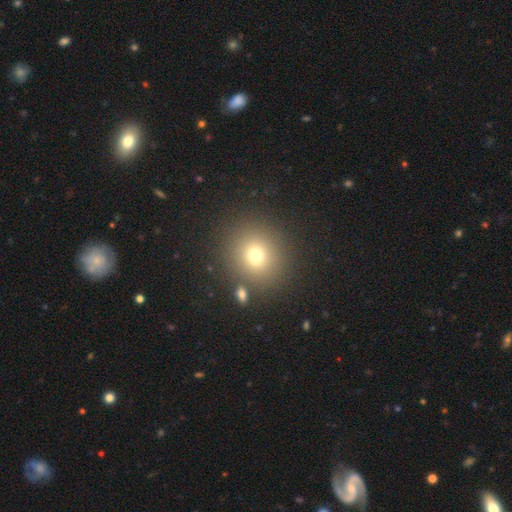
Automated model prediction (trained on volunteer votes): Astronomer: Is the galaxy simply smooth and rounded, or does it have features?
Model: smooth — 72%.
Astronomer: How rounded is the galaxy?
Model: round — 90%.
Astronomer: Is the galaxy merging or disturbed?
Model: none — 85%.